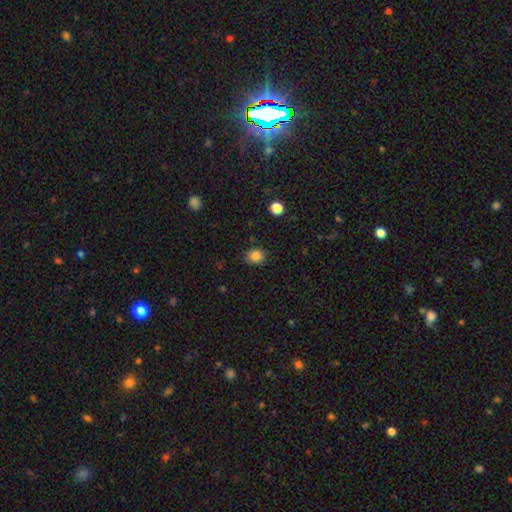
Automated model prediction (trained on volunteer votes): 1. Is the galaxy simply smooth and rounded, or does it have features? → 84% smooth, 11% star or artifact, 5% featured or disk.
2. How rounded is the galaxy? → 65% round, 34% in between, 1% cigar-shaped.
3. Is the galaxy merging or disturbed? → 82% none, 14% minor disturbance, 3% major disturbance, 2% merger.